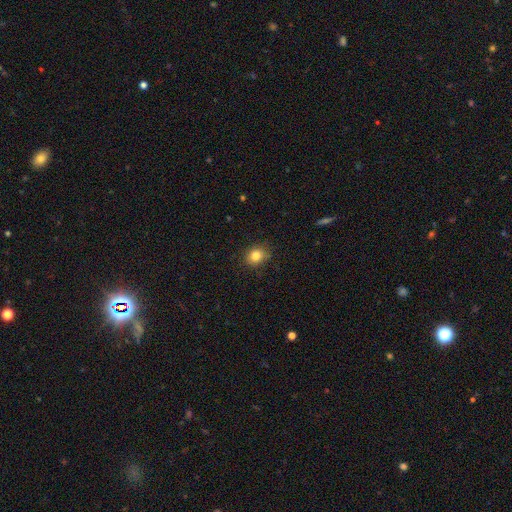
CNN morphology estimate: The model was most divided on "how rounded": round: 62%, in between: 37%, cigar-shaped: 1%. More confident: merging — none (84%); smooth or featured — smooth (83%).